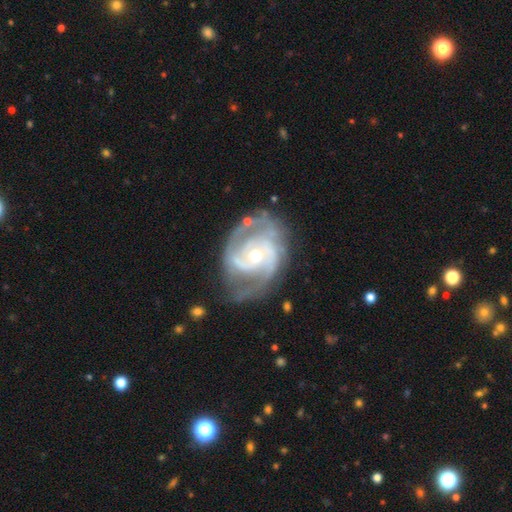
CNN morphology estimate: smooth_or_featured: featured or disk (p=0.91) [alt: smooth p=0.05]
disk_edge_on: no (p=0.98) [alt: yes p=0.02]
bar: no (p=0.61) [alt: weak p=0.30]
has_spiral_arms: yes (p=0.97) [alt: no p=0.03]
spiral_winding: tight (p=0.48) [alt: medium p=0.43]
spiral_arm_count: 2 (p=0.59) [alt: 3 p=0.17]
bulge_size: moderate (p=0.62) [alt: small p=0.33]
merging: none (p=0.63) [alt: minor disturbance p=0.22]